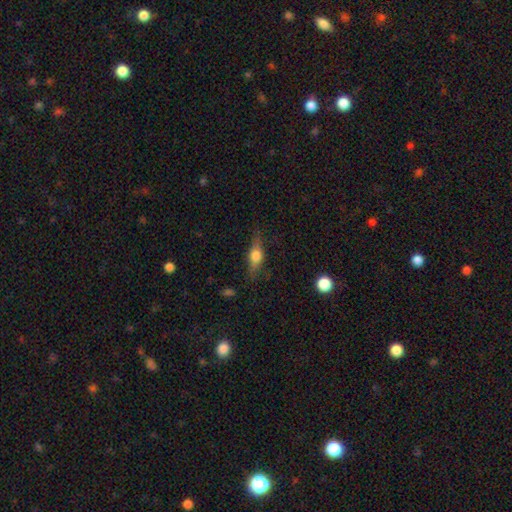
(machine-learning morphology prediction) This is possibly a smooth galaxy (47%). Merging: likely none (76%).